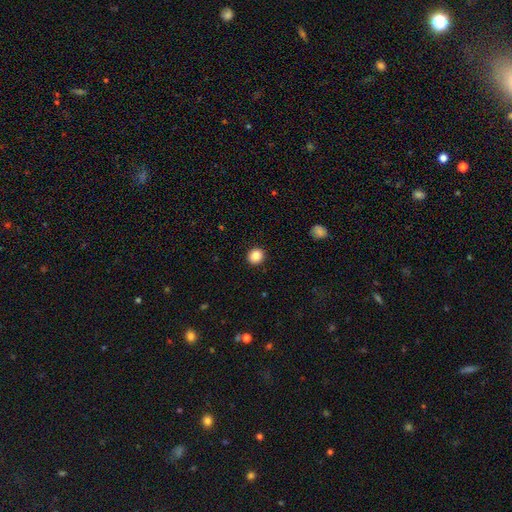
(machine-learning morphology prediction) A smooth galaxy with no disk features (87%) that is round (86%). Merging: none (92%).